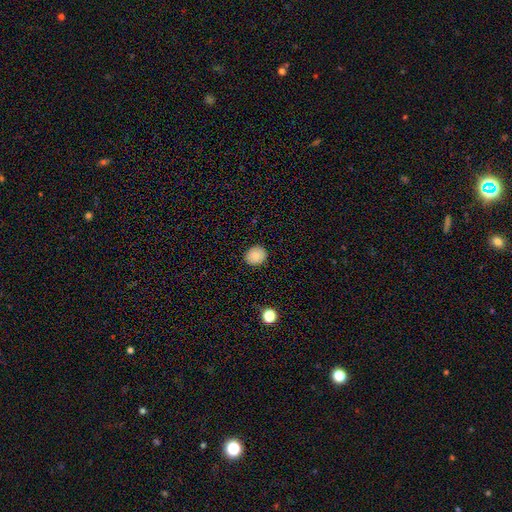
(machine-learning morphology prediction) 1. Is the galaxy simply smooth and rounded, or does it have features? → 81% smooth, 10% featured or disk, 9% star or artifact.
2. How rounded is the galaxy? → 70% round, 29% in between, 1% cigar-shaped.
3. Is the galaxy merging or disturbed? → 88% none, 9% minor disturbance, 2% major disturbance, 1% merger.